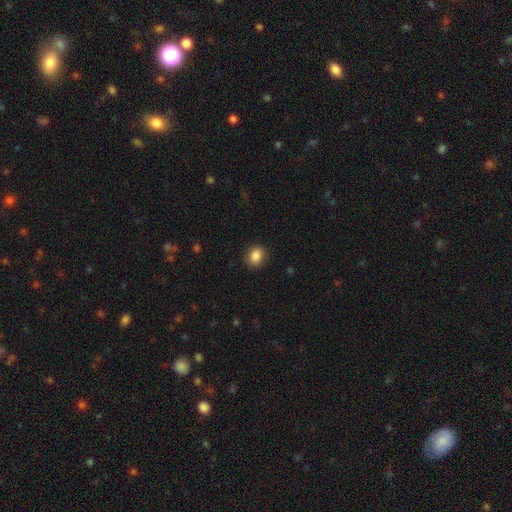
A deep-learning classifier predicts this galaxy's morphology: A smooth galaxy with no disk features (87%) that is round (58%).

Vote fractions:
- Smooth or featured? smooth: 87% / star or artifact: 9% / featured or disk: 4%
- How rounded? round: 58% / in between: 41% / cigar-shaped: 1%
- Merging? none: 88% / minor disturbance: 9% / major disturbance: 3% / merger: 1%